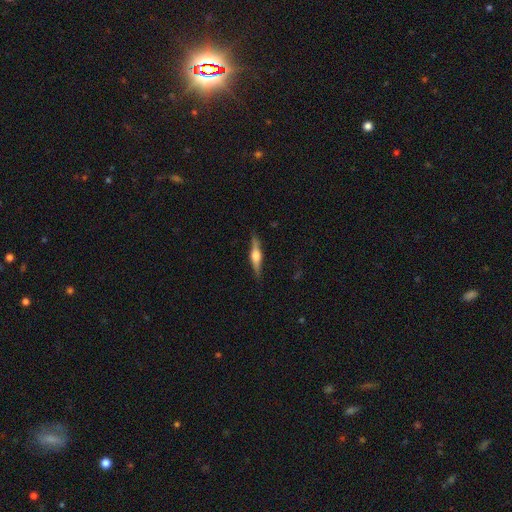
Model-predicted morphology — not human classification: A featured or disk galaxy (68%) viewed edge-on (97%) with a rounded central bulge (90%).

Vote fractions:
- Smooth or featured? featured or disk: 68% / smooth: 26% / star or artifact: 6%
- Edge-on disk? yes: 97% / no: 3%
- Edge-on bulge? rounded: 90% / boxy: 7% / none: 2%
- Merging? none: 87% / minor disturbance: 9% / major disturbance: 2% / merger: 1%